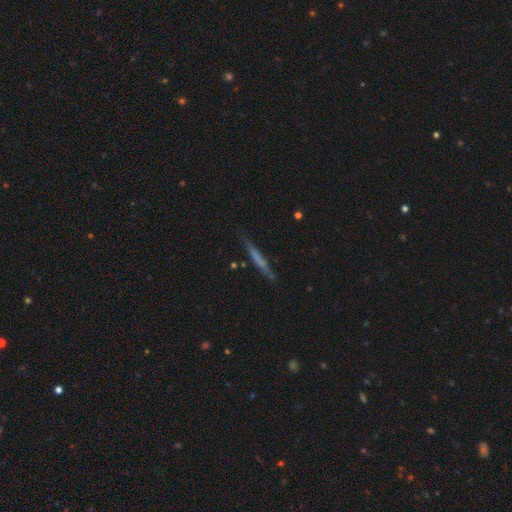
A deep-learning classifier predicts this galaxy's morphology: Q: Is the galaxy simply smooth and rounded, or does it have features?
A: smooth — 50%.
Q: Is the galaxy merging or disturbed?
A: none — 84%.